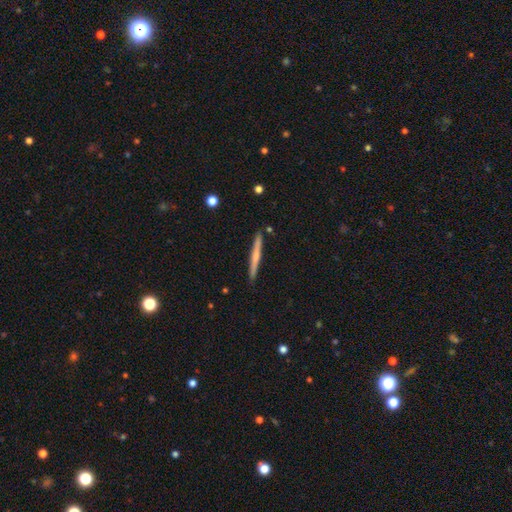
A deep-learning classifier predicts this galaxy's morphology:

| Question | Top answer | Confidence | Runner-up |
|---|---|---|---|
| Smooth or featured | smooth | 48% | featured or disk (46%) |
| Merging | none | 91% | minor disturbance (6%) |